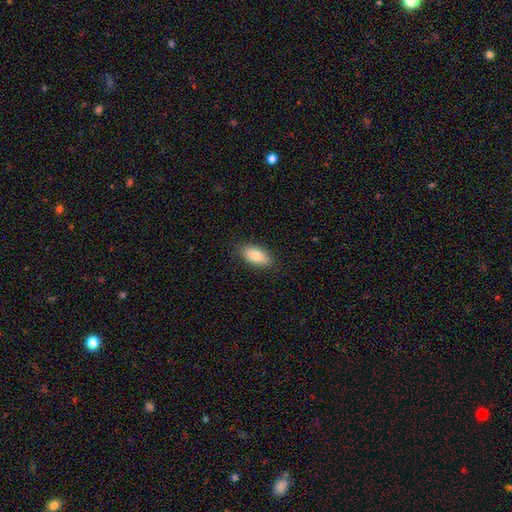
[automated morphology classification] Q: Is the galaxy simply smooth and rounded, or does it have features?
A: smooth — 85%.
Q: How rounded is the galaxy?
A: in between — 89%.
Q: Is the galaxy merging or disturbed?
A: none — 87%.